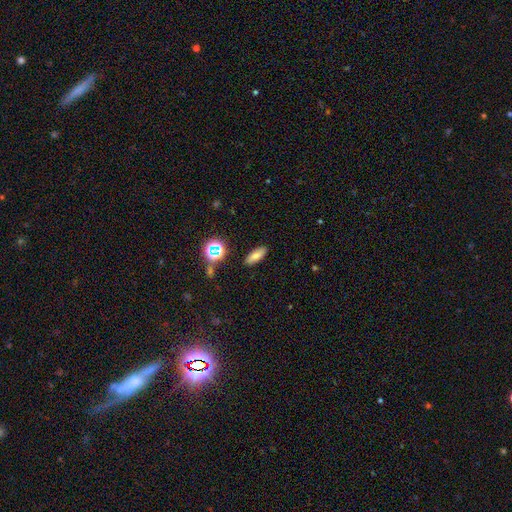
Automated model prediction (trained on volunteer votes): smooth 75%, star or artifact 14%, featured or disk 11%. Down the decision tree: how rounded — in between (67%); merging — none (88%).